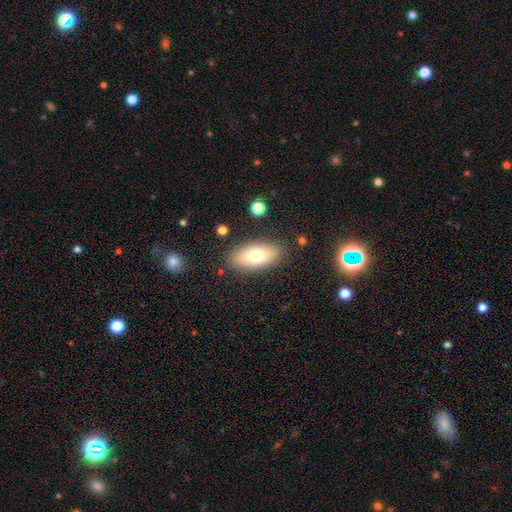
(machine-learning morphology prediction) Q: Smooth or featured?
A: smooth (72%); runner-up: featured or disk (20%)
Q: How rounded?
A: in between (89%); runner-up: cigar-shaped (6%)
Q: Merging?
A: none (85%); runner-up: minor disturbance (10%)